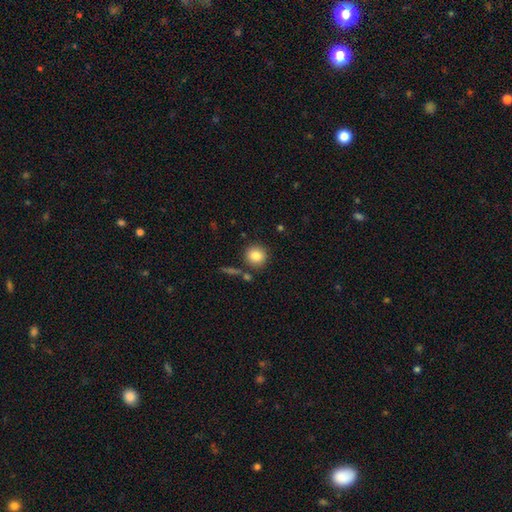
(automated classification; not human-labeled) smooth_or_featured: smooth (p=0.84) [alt: star or artifact p=0.09]
how_rounded: round (p=0.89) [alt: in between p=0.10]
merging: none (p=0.81) [alt: minor disturbance p=0.09]